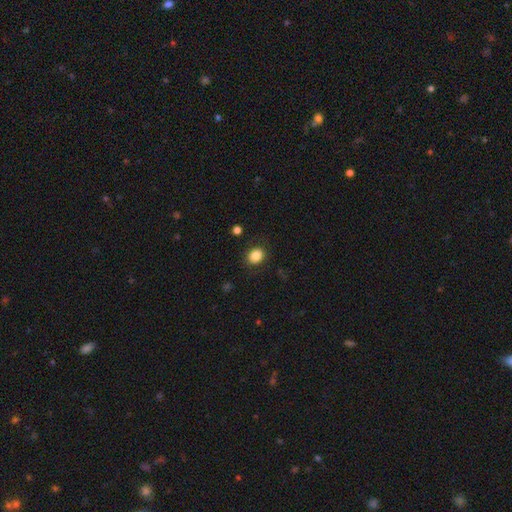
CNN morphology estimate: The model was most divided on "how rounded": round: 63%, in between: 37%, cigar-shaped: 1%. More confident: merging — none (87%); smooth or featured — smooth (85%).